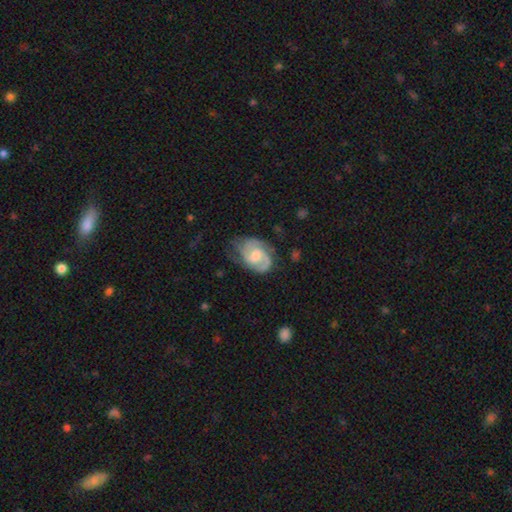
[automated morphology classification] Smooth or featured?
  - featured or disk: 77% *
  - smooth: 17%
  - star or artifact: 5%
Edge-on disk?
  - no: 98% *
  - yes: 2%
Bar?
  - no: 47% *
  - weak: 46%
  - strong: 7%
Spiral arms?
  - yes: 94% *
  - no: 6%
Spiral winding?
  - medium: 50% *
  - tight: 32%
  - loose: 17%
Spiral arm count?
  - 2: 75% *
  - can't tell: 10%
  - 3: 6%
  - 1: 6%
  - 4: 1%
  - more than 4: 1%
Bulge size?
  - moderate: 55% *
  - small: 29%
  - large: 9%
  - none: 6%
  - dominant: 1%
Merging?
  - none: 60% *
  - minor disturbance: 26%
  - major disturbance: 12%
  - merger: 2%